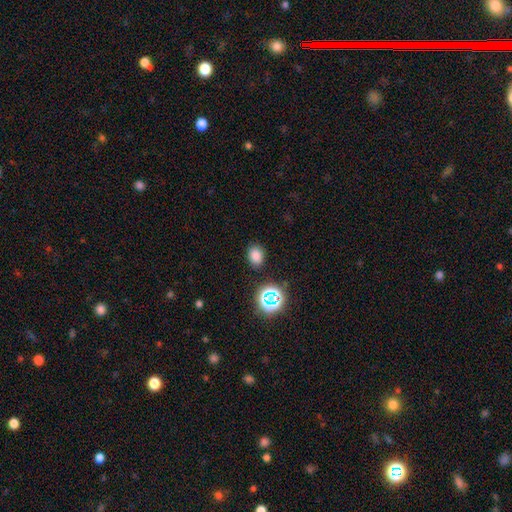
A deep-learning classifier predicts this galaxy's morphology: smooth_or_featured: smooth (p=0.77) [alt: star or artifact p=0.18]
how_rounded: in between (p=0.64) [alt: round p=0.35]
merging: none (p=0.85) [alt: minor disturbance p=0.10]